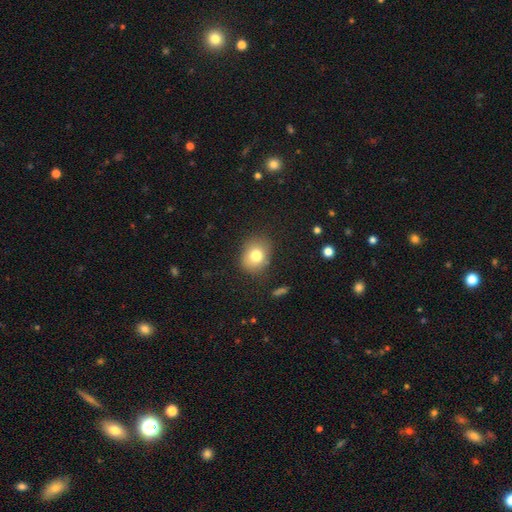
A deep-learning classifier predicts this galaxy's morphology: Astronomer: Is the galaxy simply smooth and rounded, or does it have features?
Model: smooth — 77%.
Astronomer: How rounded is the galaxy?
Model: round — 51% (runner-up: in between, 48%).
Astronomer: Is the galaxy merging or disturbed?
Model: none — 80%.